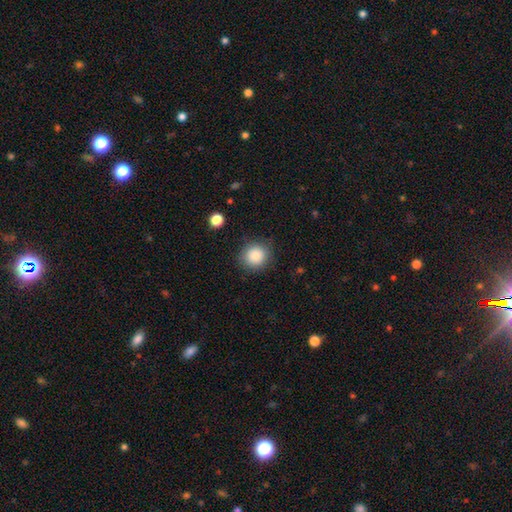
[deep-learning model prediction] A smooth galaxy with no disk features (87%) that is round (86%).

Vote fractions:
- Smooth or featured? smooth: 87% / star or artifact: 9% / featured or disk: 5%
- How rounded? round: 86% / in between: 13% / cigar-shaped: 1%
- Merging? none: 85% / minor disturbance: 10% / major disturbance: 3% / merger: 1%